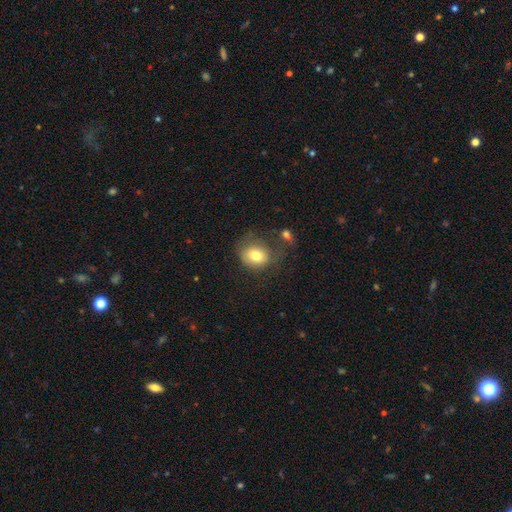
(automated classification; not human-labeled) This is likely a smooth galaxy (77%). How rounded: likely round (61%). Merging: possibly none (54%).